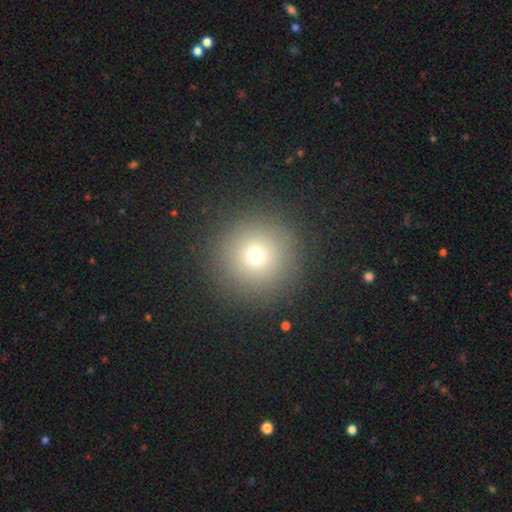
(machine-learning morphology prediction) smooth 71%, star or artifact 19%, featured or disk 11%. Down the decision tree: how rounded — round (96%); merging — none (91%).